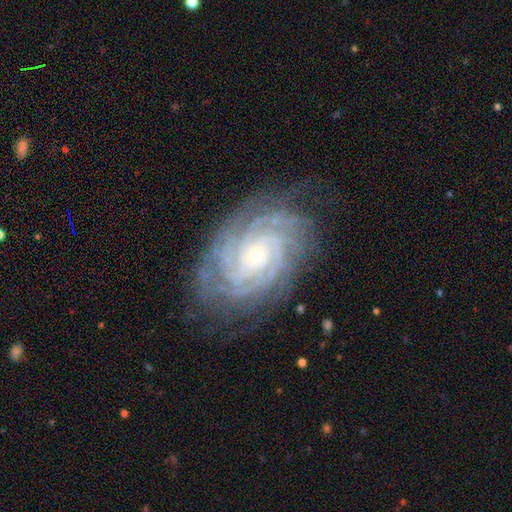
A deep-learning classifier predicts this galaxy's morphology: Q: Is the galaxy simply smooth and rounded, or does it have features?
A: featured or disk — 90%.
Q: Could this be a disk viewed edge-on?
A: no — 97%.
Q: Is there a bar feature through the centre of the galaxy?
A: no — 75%.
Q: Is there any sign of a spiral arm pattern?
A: yes — 98%.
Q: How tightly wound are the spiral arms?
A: tight — 83%.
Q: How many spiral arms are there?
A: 4 — 28%.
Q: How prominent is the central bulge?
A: small — 78%.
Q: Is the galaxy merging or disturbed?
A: none — 77%.